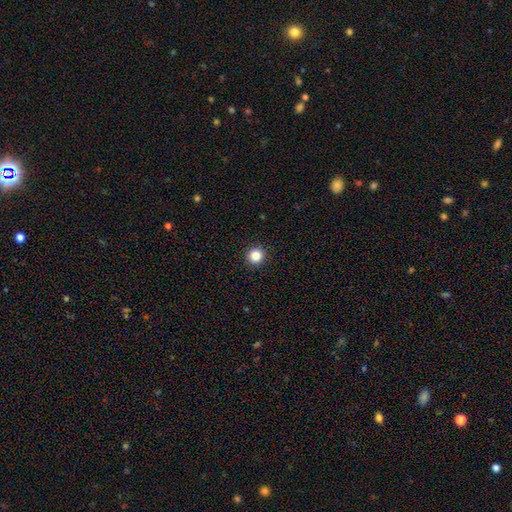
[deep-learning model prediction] smooth 86%, star or artifact 11%, featured or disk 4%. Down the decision tree: how rounded — round (94%); merging — none (93%).